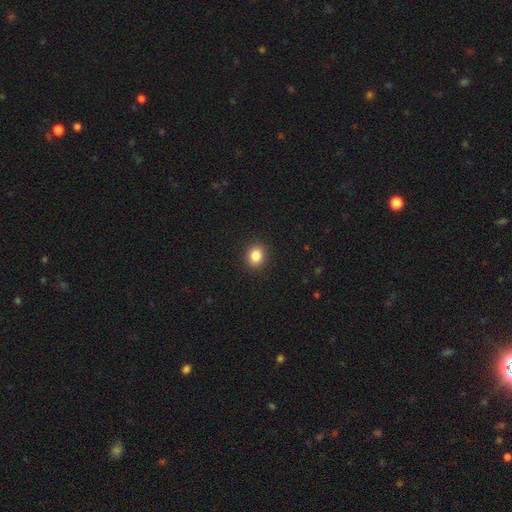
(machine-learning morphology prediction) Smooth or featured: smooth — 85% (star or artifact — 10%)
How rounded: round — 67% (in between — 32%)
Merging: none — 91% (minor disturbance — 6%)